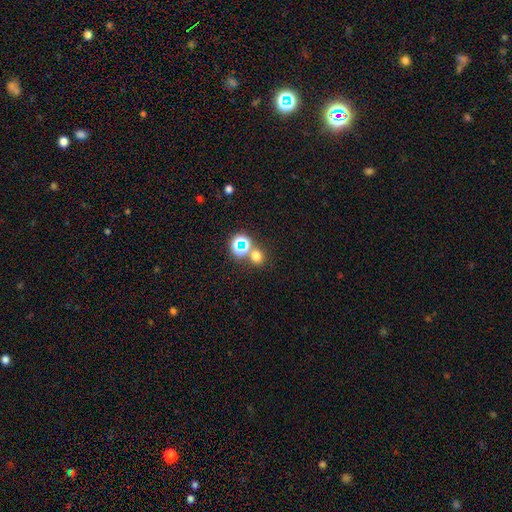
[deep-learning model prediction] This is likely a smooth galaxy (63%). How rounded: clearly round (82%). Merging: likely none (70%).